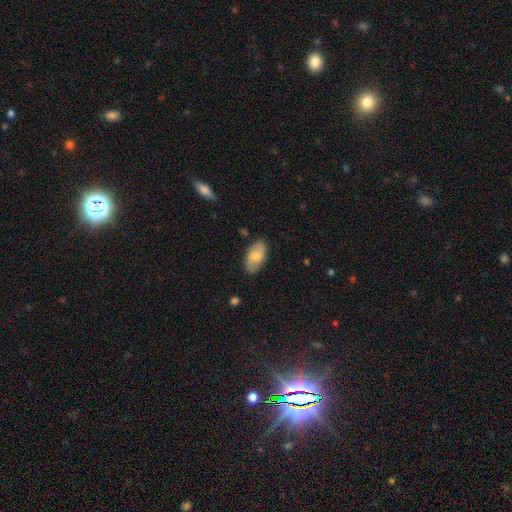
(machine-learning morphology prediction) smooth_or_featured: smooth (p=0.61) [alt: featured or disk p=0.33]
how_rounded: in between (p=0.94) [alt: round p=0.04]
merging: none (p=0.83) [alt: minor disturbance p=0.13]